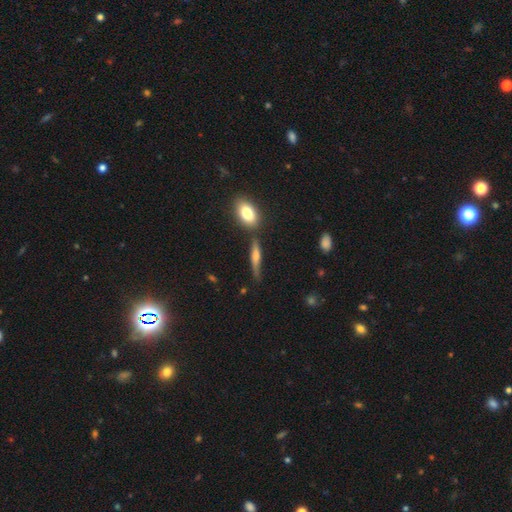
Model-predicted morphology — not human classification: The model was most divided on "smooth or featured": featured or disk: 46%, smooth: 45%, star or artifact: 10%. More confident: merging — none (69%).